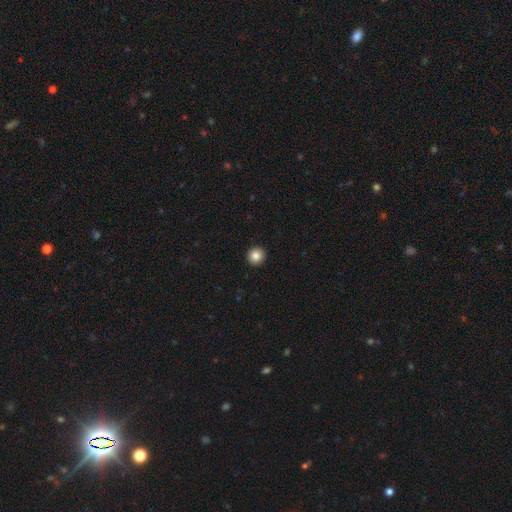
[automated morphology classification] This is clearly a smooth galaxy (86%). How rounded: clearly round (95%). Merging: clearly none (94%).